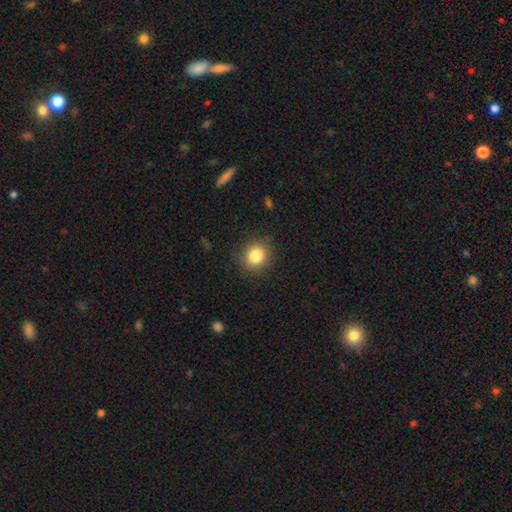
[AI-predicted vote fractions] smooth 84%, star or artifact 10%, featured or disk 6%. Down the decision tree: how rounded — round (77%); merging — none (87%).